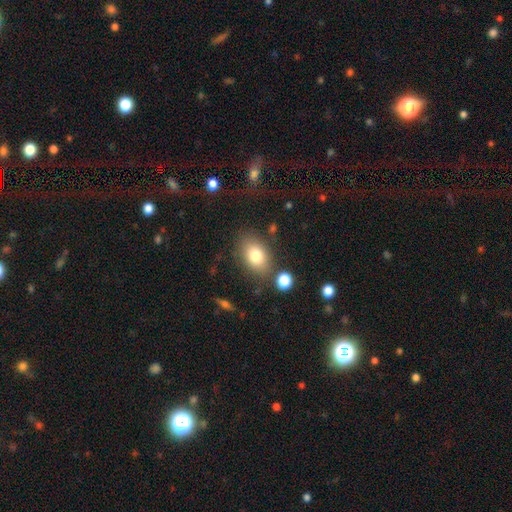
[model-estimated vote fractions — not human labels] smooth 78%, featured or disk 12%, star or artifact 9%. Down the decision tree: how rounded — in between (81%); merging — none (76%).